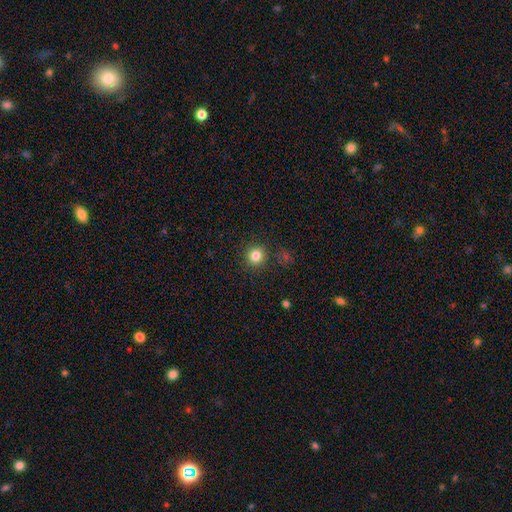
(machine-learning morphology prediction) Smooth or featured: smooth — 83% (star or artifact — 12%)
How rounded: round — 92% (in between — 7%)
Merging: none — 89% (minor disturbance — 7%)